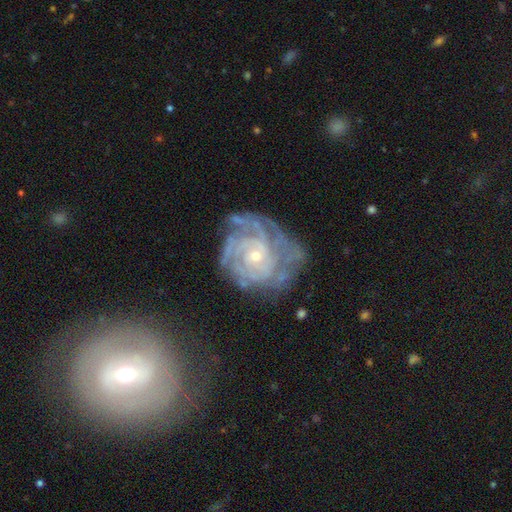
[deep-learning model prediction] Smooth or featured?
  - featured or disk: 86% *
  - smooth: 7%
  - star or artifact: 7%
Edge-on disk?
  - no: 97% *
  - yes: 3%
Bar?
  - no: 76% *
  - weak: 19%
  - strong: 5%
Spiral arms?
  - yes: 94% *
  - no: 6%
Spiral winding?
  - tight: 74% *
  - medium: 21%
  - loose: 5%
Spiral arm count?
  - can't tell: 33% *
  - 4: 22%
  - 3: 18%
  - 2: 12%
  - more than 4: 9%
  - 1: 6%
Bulge size?
  - small: 75% *
  - moderate: 21%
  - none: 2%
  - large: 1%
  - dominant: 1%
Merging?
  - none: 57% *
  - minor disturbance: 24%
  - major disturbance: 15%
  - merger: 4%